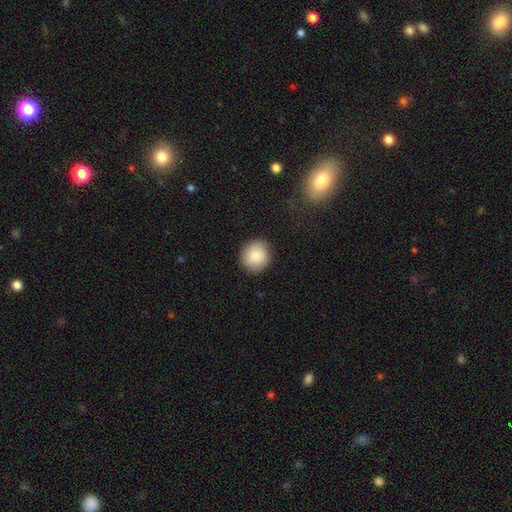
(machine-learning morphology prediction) Q: Smooth or featured?
A: smooth (84%); runner-up: featured or disk (9%)
Q: How rounded?
A: round (87%); runner-up: in between (12%)
Q: Merging?
A: none (82%); runner-up: minor disturbance (13%)